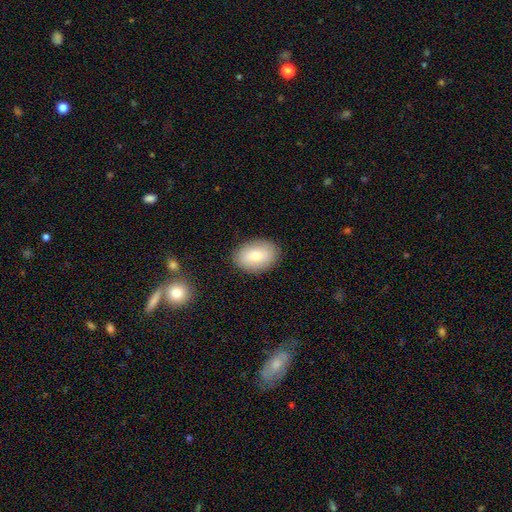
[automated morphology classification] Q: Smooth or featured?
A: smooth (74%); runner-up: featured or disk (18%)
Q: How rounded?
A: in between (82%); runner-up: round (17%)
Q: Merging?
A: none (87%); runner-up: minor disturbance (9%)